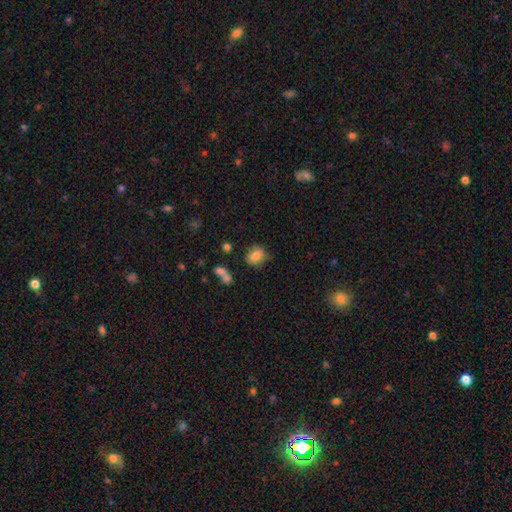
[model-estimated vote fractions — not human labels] A smooth galaxy with no disk features (83%) that is round (62%).

Vote fractions:
- Smooth or featured? smooth: 83% / star or artifact: 10% / featured or disk: 7%
- How rounded? round: 62% / in between: 37% / cigar-shaped: 1%
- Merging? none: 72% / minor disturbance: 18% / merger: 6% / major disturbance: 5%